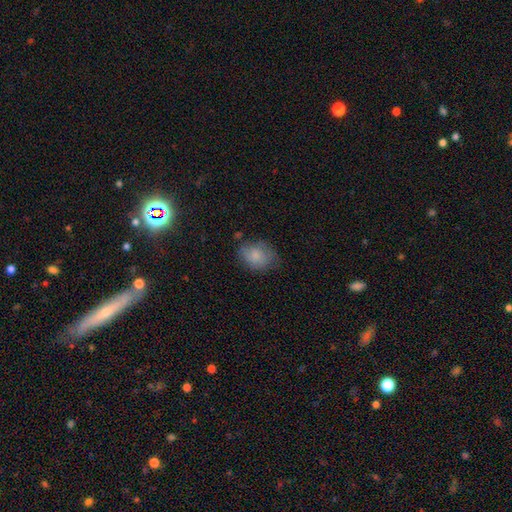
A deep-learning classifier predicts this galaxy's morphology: Q: Smooth or featured?
A: smooth (82%); runner-up: featured or disk (10%)
Q: How rounded?
A: in between (64%); runner-up: round (35%)
Q: Merging?
A: none (63%); runner-up: minor disturbance (26%)